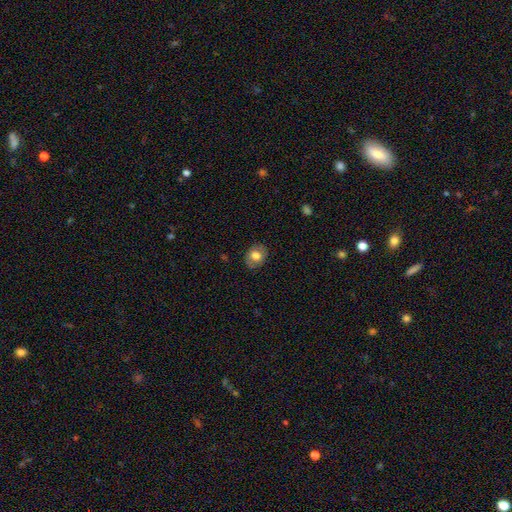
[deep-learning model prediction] Morphology: type=smooth (70%); roundness=round (56%); merging=none (84%).